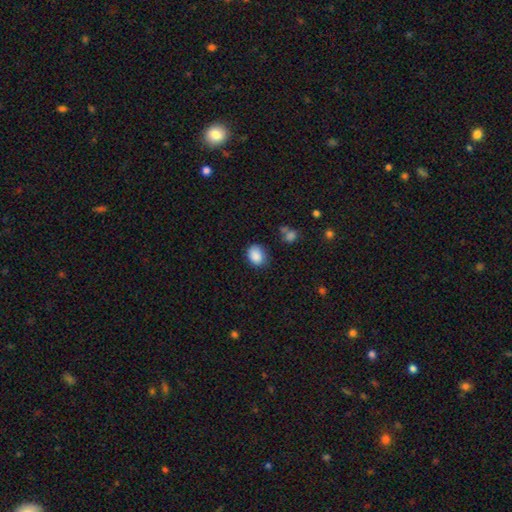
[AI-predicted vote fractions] Smooth or featured?
  - smooth: 88% *
  - star or artifact: 9%
  - featured or disk: 4%
How rounded?
  - in between: 63% *
  - round: 36%
  - cigar-shaped: 1%
Merging?
  - none: 74% *
  - minor disturbance: 19%
  - major disturbance: 4%
  - merger: 2%